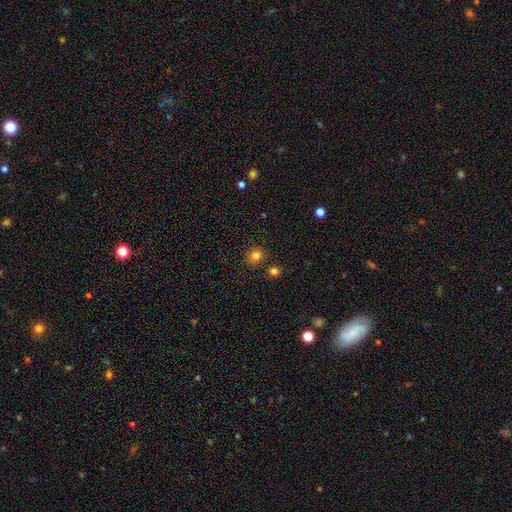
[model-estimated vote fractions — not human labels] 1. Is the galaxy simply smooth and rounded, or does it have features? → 80% smooth, 14% star or artifact, 6% featured or disk.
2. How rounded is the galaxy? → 85% round, 14% in between, 1% cigar-shaped.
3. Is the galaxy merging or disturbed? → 84% none, 8% minor disturbance, 5% merger, 2% major disturbance.